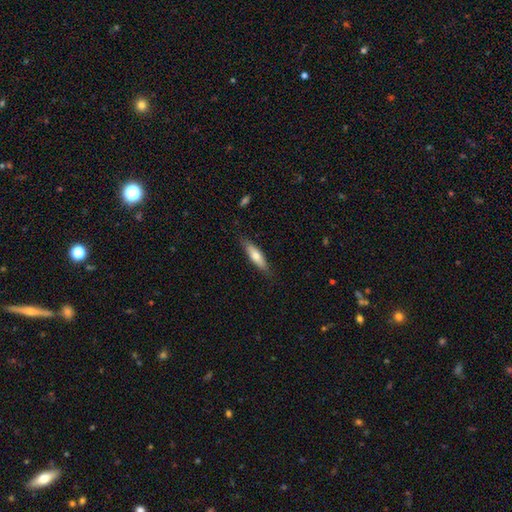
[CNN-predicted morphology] Smooth or featured?
  - smooth: 65% *
  - featured or disk: 29%
  - star or artifact: 6%
How rounded?
  - cigar-shaped: 67% *
  - in between: 31%
  - round: 2%
Merging?
  - none: 82% *
  - minor disturbance: 14%
  - major disturbance: 3%
  - merger: 1%